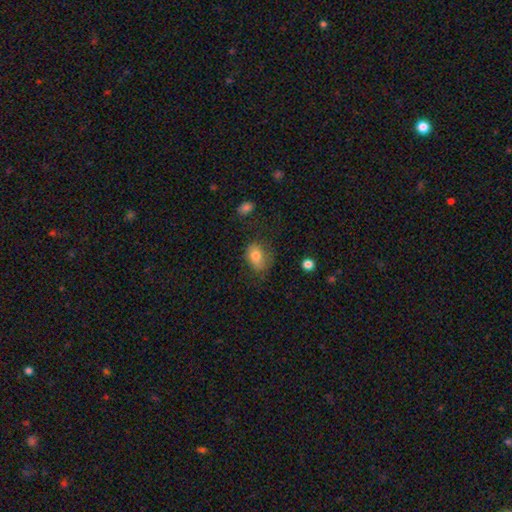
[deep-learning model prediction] Morphology: type=smooth (77%); roundness=in between (71%); merging=none (52%).